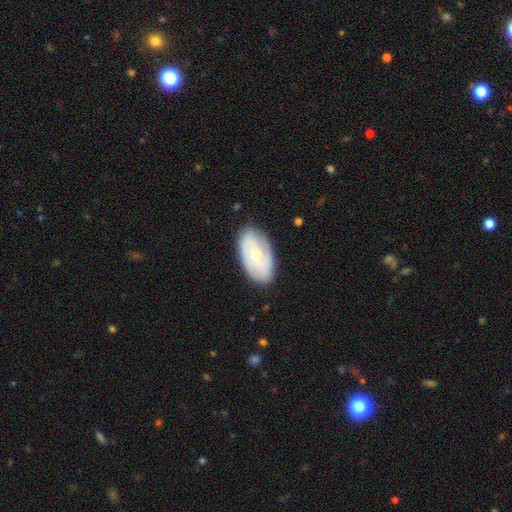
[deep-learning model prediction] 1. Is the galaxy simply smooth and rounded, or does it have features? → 51% featured or disk, 43% smooth, 6% star or artifact.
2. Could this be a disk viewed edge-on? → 93% no, 7% yes.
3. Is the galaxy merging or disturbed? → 82% none, 13% minor disturbance, 3% major disturbance, 1% merger.